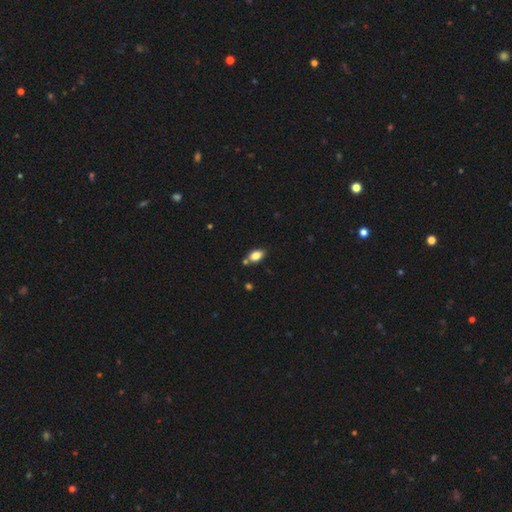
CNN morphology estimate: Smooth or featured: smooth — 82% (star or artifact — 9%)
How rounded: in between — 86% (round — 12%)
Merging: none — 74% (minor disturbance — 14%)